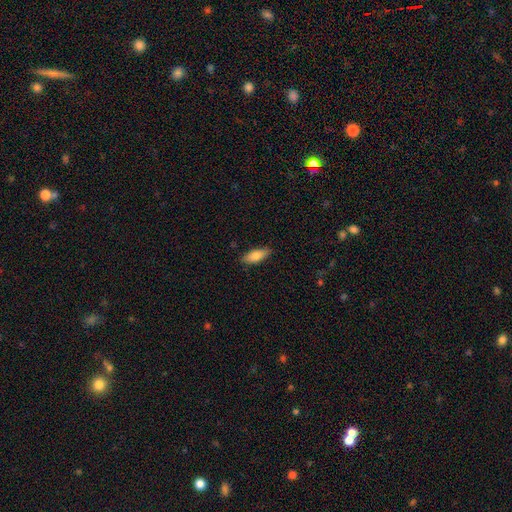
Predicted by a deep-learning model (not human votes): This appears to be a smooth galaxy with no disk features (80%) that is in between round and cigar-shaped (73%). Merging: none (84%).